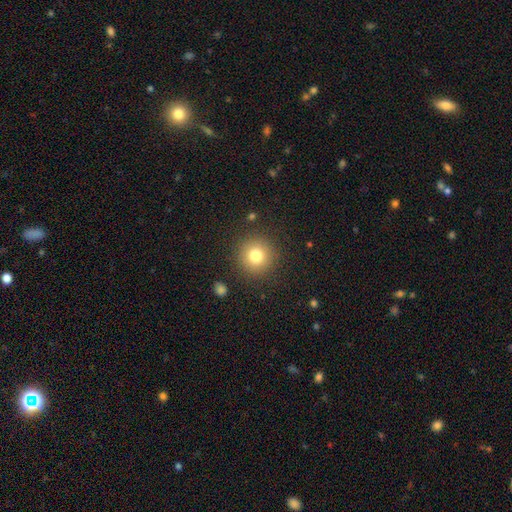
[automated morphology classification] smooth 78%, star or artifact 13%, featured or disk 10%. Down the decision tree: how rounded — round (95%); merging — none (89%).